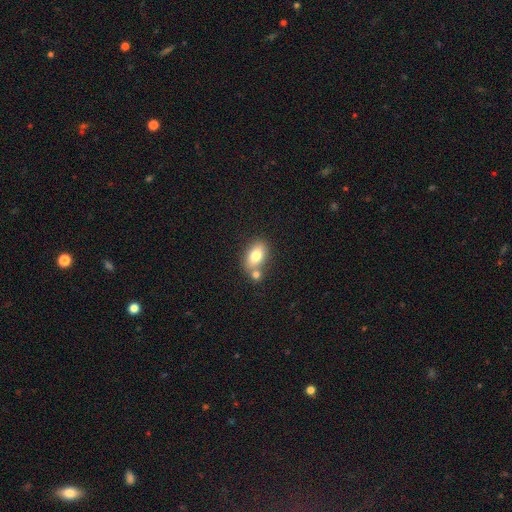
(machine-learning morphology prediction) smooth-or-featured: smooth: 77% | featured or disk: 15% | star or artifact: 9%
  how-rounded: in between: 82% | round: 16% | cigar-shaped: 2%
  merging: none: 55% | merger: 30% | minor disturbance: 11% | major disturbance: 3%